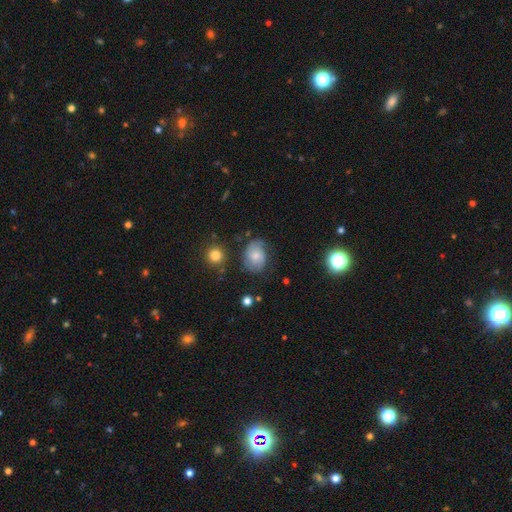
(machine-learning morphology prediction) Smooth or featured? Predicted: featured or disk (p=0.50). Merging? Predicted: none (p=0.64).